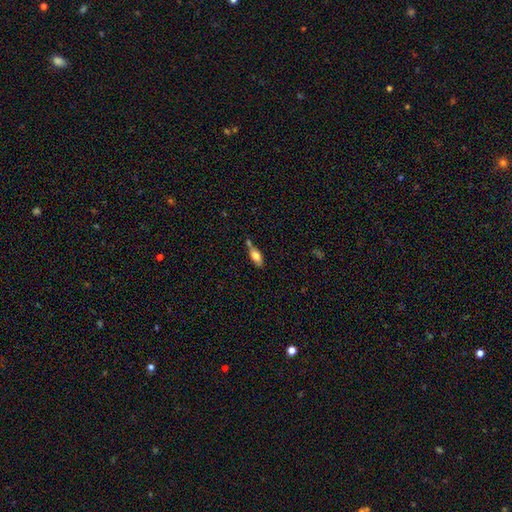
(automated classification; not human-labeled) A smooth galaxy with no disk features (70%) that is in between round and cigar-shaped (75%). Merging: none (50%).